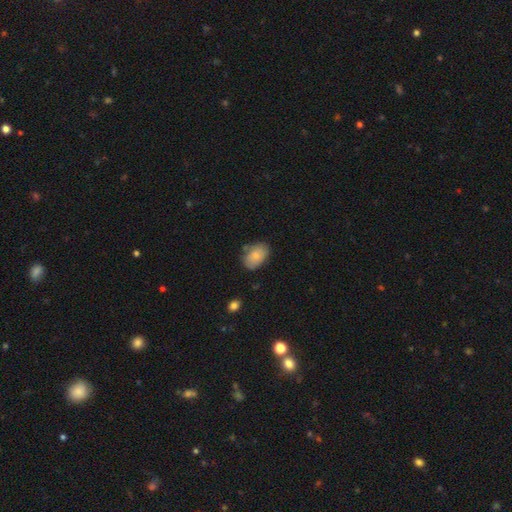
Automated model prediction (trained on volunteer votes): smooth 82%, featured or disk 11%, star or artifact 7%. Down the decision tree: how rounded — in between (88%); merging — none (71%).